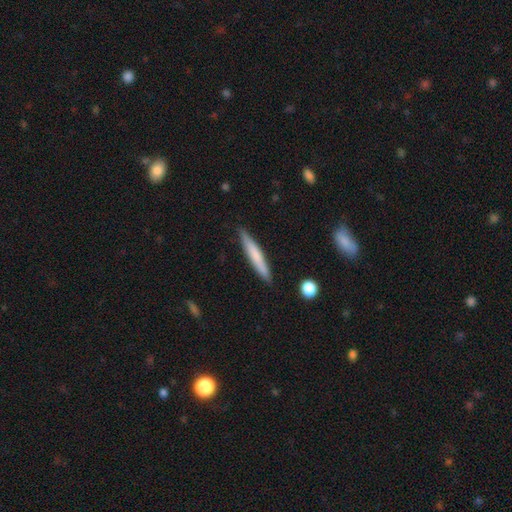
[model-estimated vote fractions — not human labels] Overall: smooth (68%). How rounded: cigar-shaped (94%). Merging: none (89%).